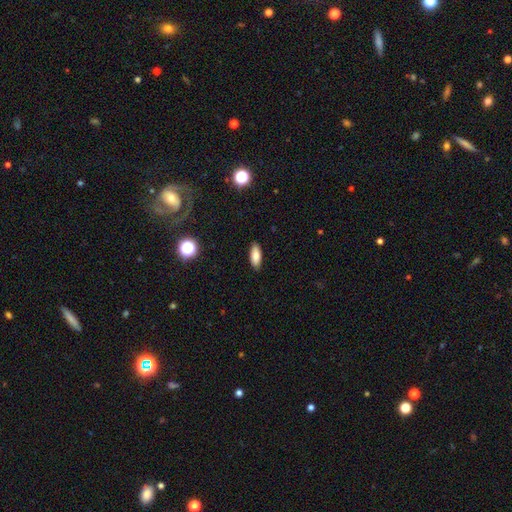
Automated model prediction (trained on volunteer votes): This appears to be a smooth galaxy with no disk features (82%) that is in between round and cigar-shaped (74%). Merging: none (89%).